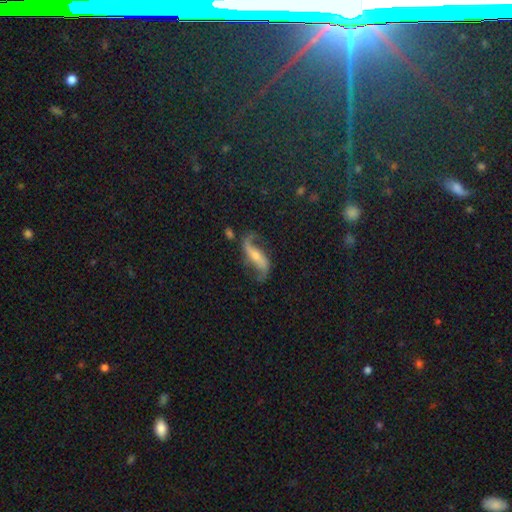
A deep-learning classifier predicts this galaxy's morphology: This is clearly a featured or disk galaxy (84%). It is clearly not viewed edge-on (90%). Bar: marginally strong (41%). Spiral arm pattern: clearly yes (95%). Spiral arm count: clearly 2 (92%). Spiral winding: clearly loose (81%). Central bulge: possibly small (49%). Merging: likely none (70%).